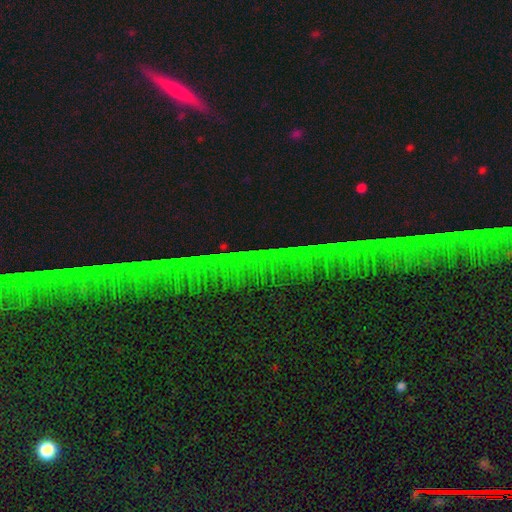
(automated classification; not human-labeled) Morphology: type=star or artifact (79%).